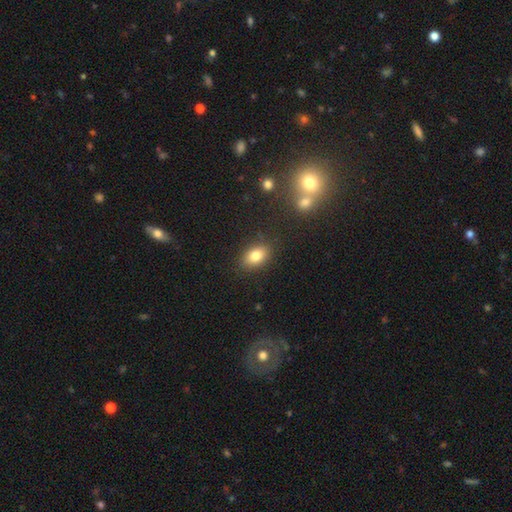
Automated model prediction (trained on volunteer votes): Morphology: type=smooth (81%); roundness=in between (85%); merging=none (85%).